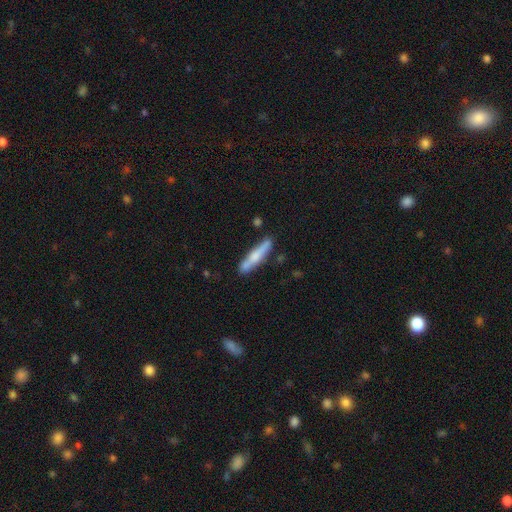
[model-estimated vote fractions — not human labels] A smooth galaxy with no disk features (58%) that is cigar-shaped (89%).

Vote fractions:
- Smooth or featured? smooth: 58% / featured or disk: 36% / star or artifact: 6%
- How rounded? cigar-shaped: 89% / in between: 10% / round: 2%
- Merging? none: 74% / minor disturbance: 16% / merger: 6% / major disturbance: 3%